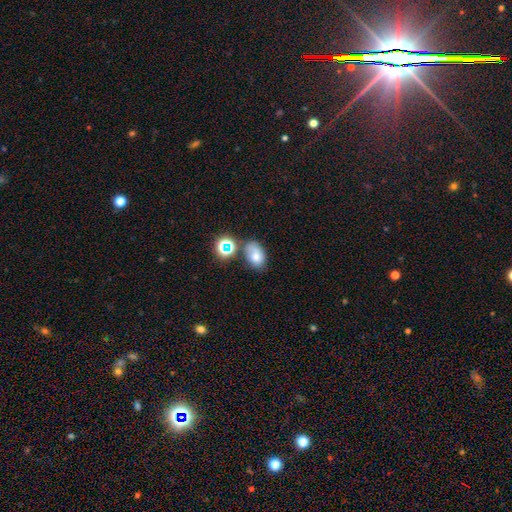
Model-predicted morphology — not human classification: The model was most divided on "merging": none: 54%, minor disturbance: 21%, merger: 17%, major disturbance: 8%. More confident: how rounded — in between (80%); smooth or featured — smooth (71%).